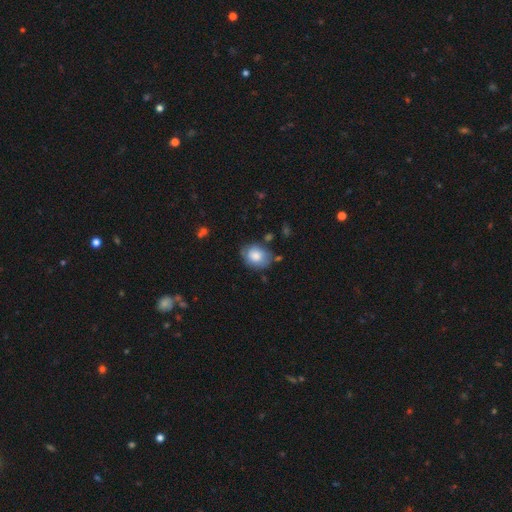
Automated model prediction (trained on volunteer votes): This is likely a smooth galaxy (78%). How rounded: possibly in between (52%). Merging: likely none (68%).